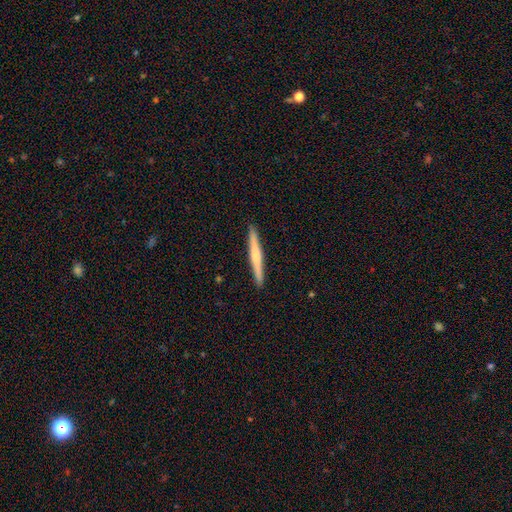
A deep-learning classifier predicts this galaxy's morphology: Smooth or featured? featured or disk (49%)
Merging? none (93%)